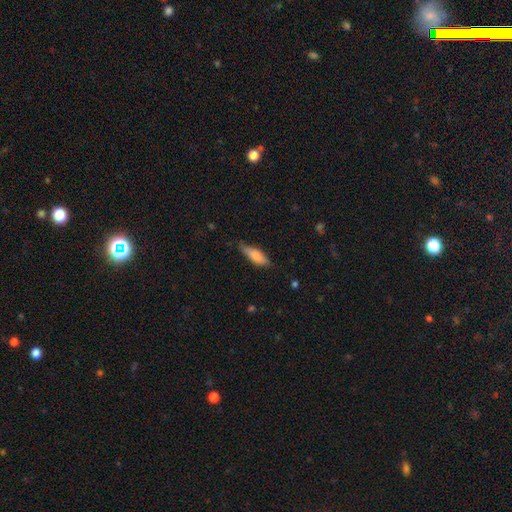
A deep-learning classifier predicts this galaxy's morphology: type=smooth (80%); roundness=in between (53%); merging=none (65%).